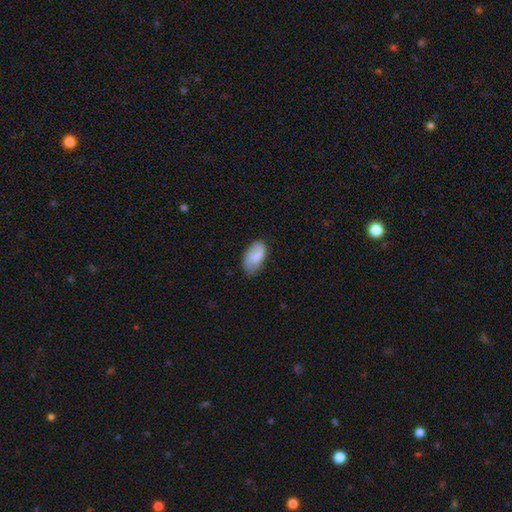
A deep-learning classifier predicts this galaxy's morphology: smooth-or-featured: smooth: 73% | featured or disk: 20% | star or artifact: 7%
  how-rounded: in between: 94% | round: 3% | cigar-shaped: 2%
  merging: none: 68% | minor disturbance: 25% | major disturbance: 6% | merger: 1%